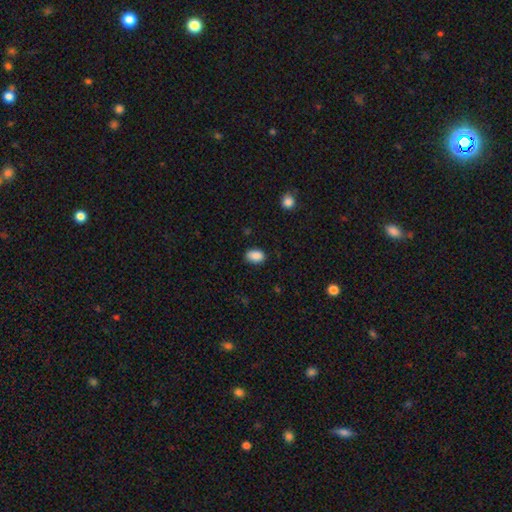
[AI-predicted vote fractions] Q: Smooth or featured?
A: smooth (89%); runner-up: star or artifact (8%)
Q: How rounded?
A: in between (86%); runner-up: round (13%)
Q: Merging?
A: none (83%); runner-up: minor disturbance (13%)